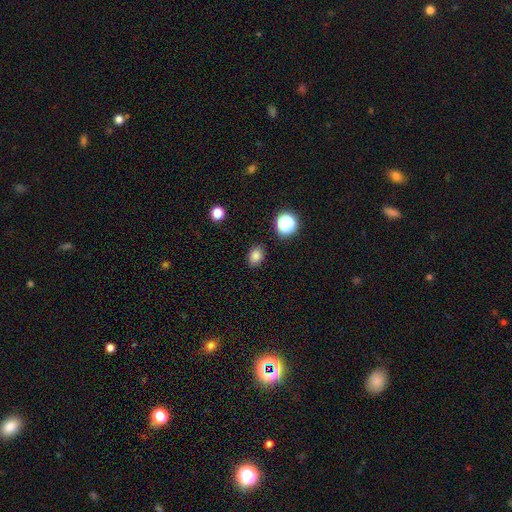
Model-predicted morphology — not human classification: Smooth or featured: smooth — 82% (star or artifact — 13%)
How rounded: in between — 59% (round — 40%)
Merging: none — 86% (minor disturbance — 10%)